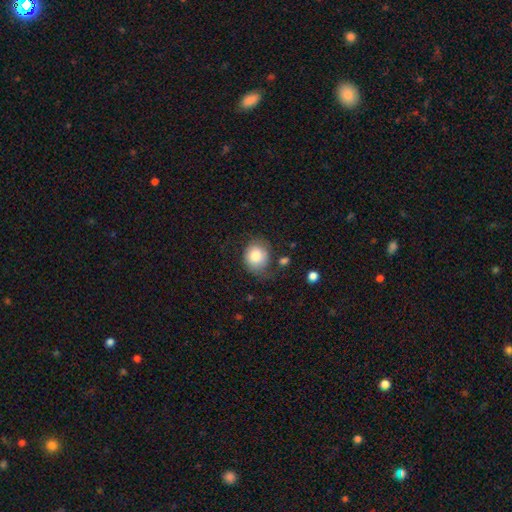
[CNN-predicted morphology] The model was most divided on "merging": none: 60%, minor disturbance: 26%, major disturbance: 11%, merger: 3%. More confident: smooth or featured — smooth (77%); how rounded — round (73%).